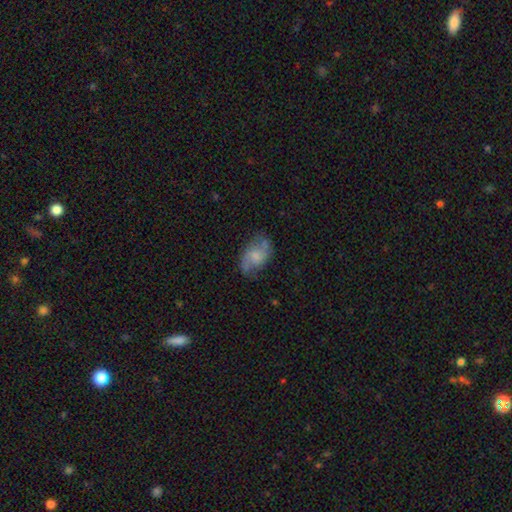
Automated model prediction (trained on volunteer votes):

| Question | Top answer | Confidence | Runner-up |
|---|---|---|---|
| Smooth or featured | featured or disk | 62% | smooth (31%) |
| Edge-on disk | no | 96% | yes (4%) |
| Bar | no | 54% | weak (39%) |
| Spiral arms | yes | 88% | no (12%) |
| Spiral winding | loose | 51% | medium (38%) |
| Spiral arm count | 2 | 87% | can't tell (7%) |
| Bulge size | small | 32% | tied: moderate (32%) |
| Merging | none | 69% | minor disturbance (21%) |